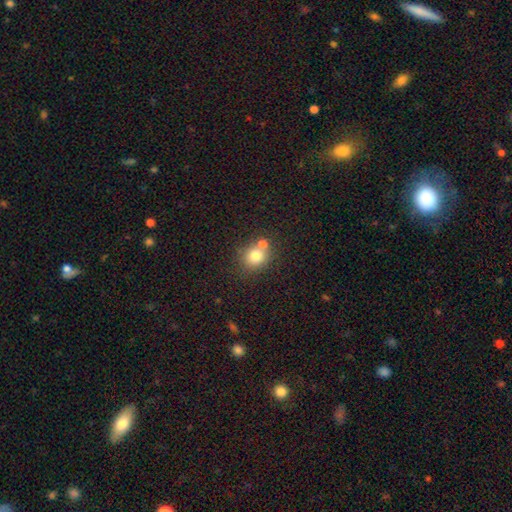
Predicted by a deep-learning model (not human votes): smooth_or_featured: smooth (p=0.77) [alt: star or artifact p=0.12]
how_rounded: round (p=0.77) [alt: in between p=0.22]
merging: none (p=0.55) [alt: merger p=0.33]